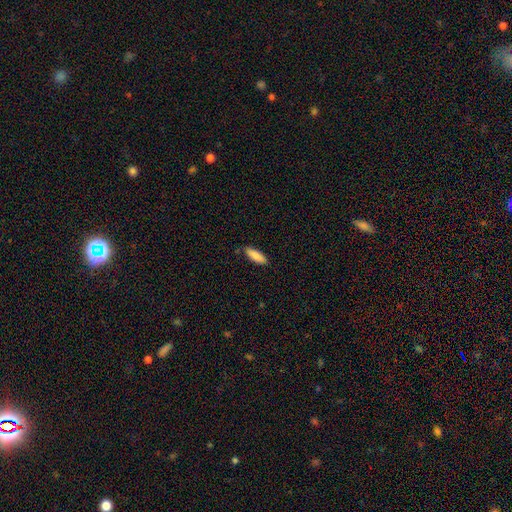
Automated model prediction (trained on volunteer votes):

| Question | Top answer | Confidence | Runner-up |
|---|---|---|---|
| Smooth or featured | smooth | 87% | featured or disk (7%) |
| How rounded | in between | 59% | cigar-shaped (40%) |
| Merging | none | 84% | minor disturbance (13%) |